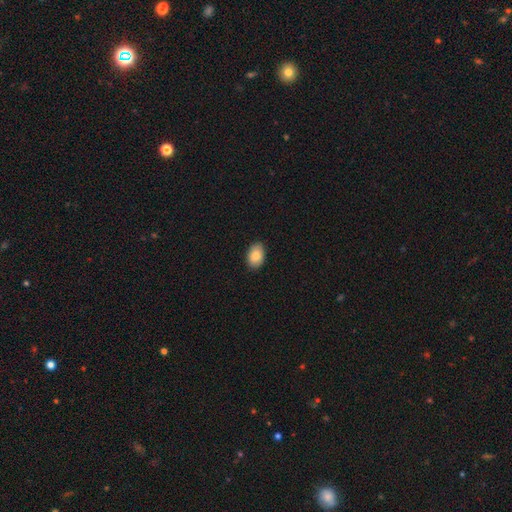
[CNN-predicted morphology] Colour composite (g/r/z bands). It shows a smooth galaxy with no disk features (85%) that is in between round and cigar-shaped (86%). Merging: none (89%).